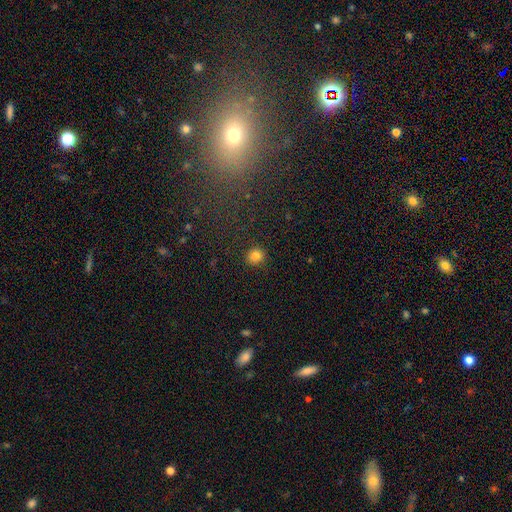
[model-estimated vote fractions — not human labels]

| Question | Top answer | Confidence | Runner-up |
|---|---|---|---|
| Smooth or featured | smooth | 83% | star or artifact (12%) |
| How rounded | round | 85% | in between (14%) |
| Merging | none | 89% | minor disturbance (8%) |